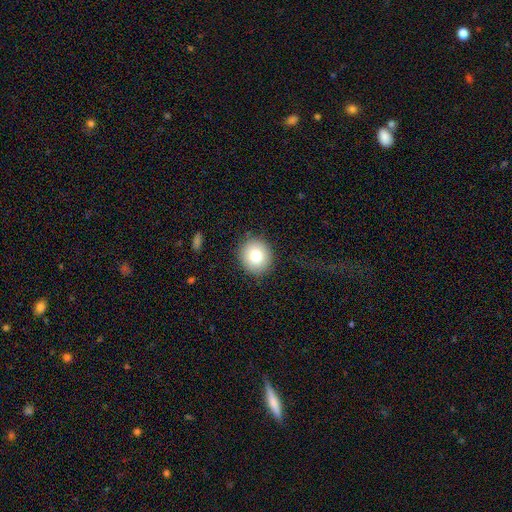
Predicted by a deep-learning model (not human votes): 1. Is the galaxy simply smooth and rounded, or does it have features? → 78% smooth, 12% featured or disk, 10% star or artifact.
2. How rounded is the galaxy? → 86% round, 13% in between, 1% cigar-shaped.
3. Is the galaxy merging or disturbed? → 87% none, 9% minor disturbance, 3% major disturbance, 1% merger.